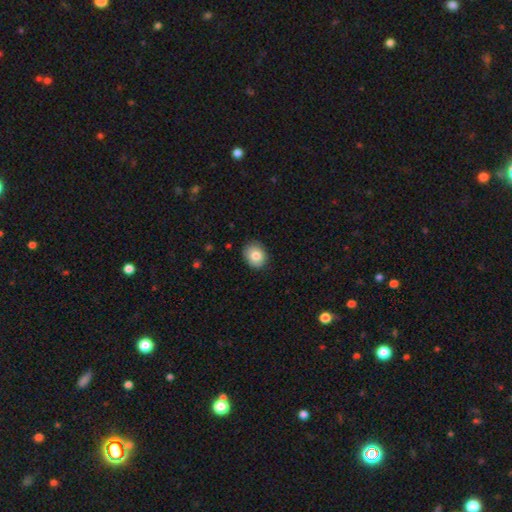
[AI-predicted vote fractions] Morphology: type=smooth (81%); roundness=round (57%); merging=none (86%).